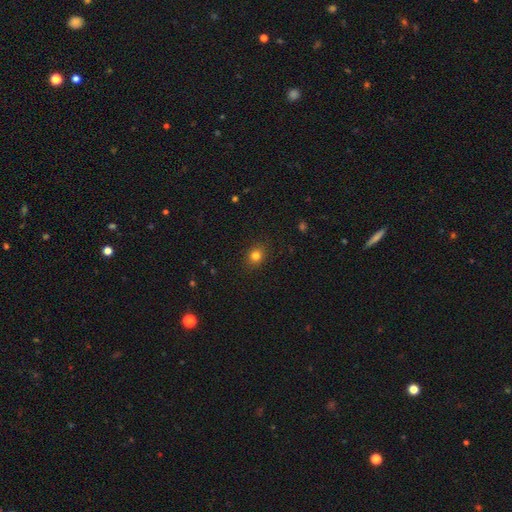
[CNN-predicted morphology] smooth-or-featured: smooth: 80% | star or artifact: 13% | featured or disk: 6%
  how-rounded: round: 63% | in between: 35% | cigar-shaped: 1%
  merging: none: 89% | minor disturbance: 8% | major disturbance: 2% | merger: 1%